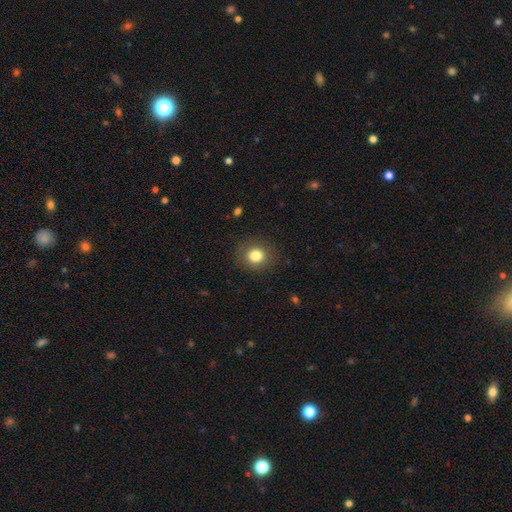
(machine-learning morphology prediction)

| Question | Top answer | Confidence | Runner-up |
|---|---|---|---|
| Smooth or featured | smooth | 82% | star or artifact (11%) |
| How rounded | round | 84% | in between (15%) |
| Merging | none | 87% | minor disturbance (8%) |